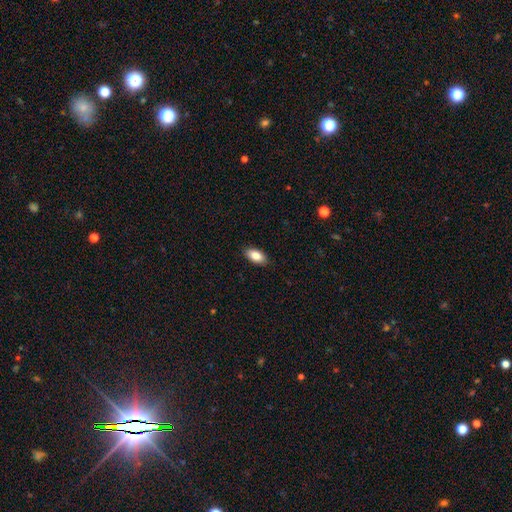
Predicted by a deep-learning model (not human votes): Smooth or featured?
  - smooth: 85% *
  - featured or disk: 8%
  - star or artifact: 7%
How rounded?
  - in between: 92% *
  - cigar-shaped: 5%
  - round: 3%
Merging?
  - none: 89% *
  - minor disturbance: 8%
  - major disturbance: 2%
  - merger: 1%